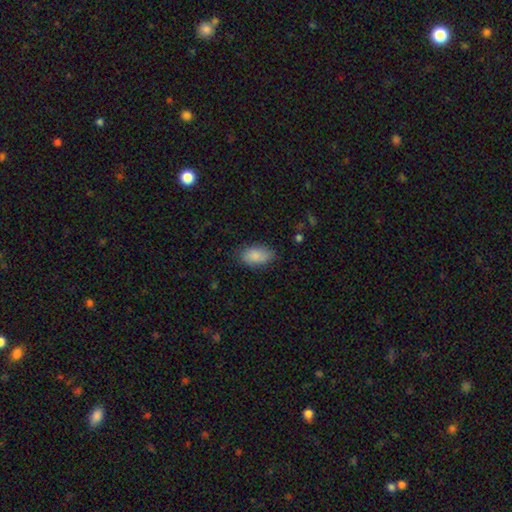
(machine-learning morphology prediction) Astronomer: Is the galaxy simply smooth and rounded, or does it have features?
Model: smooth — 85%.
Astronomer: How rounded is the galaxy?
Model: in between — 92%.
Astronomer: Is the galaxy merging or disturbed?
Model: none — 78%.